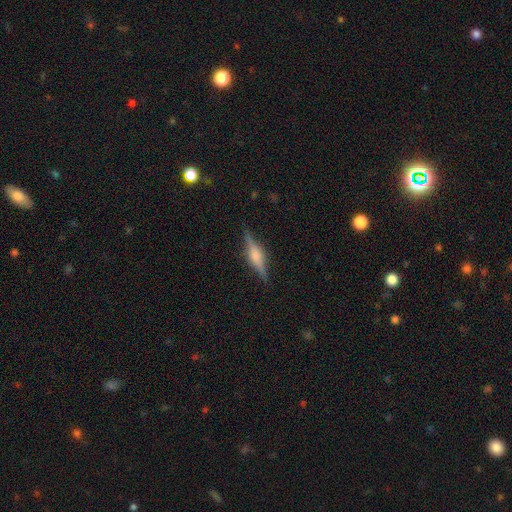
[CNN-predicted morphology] The model was most divided on "smooth or featured": featured or disk: 70%, smooth: 22%, star or artifact: 8%. More confident: edge-on disk — yes (97%); merging — none (87%); edge-on bulge — rounded (78%).